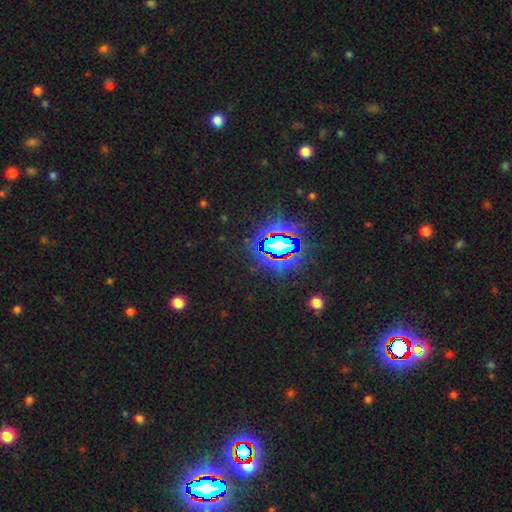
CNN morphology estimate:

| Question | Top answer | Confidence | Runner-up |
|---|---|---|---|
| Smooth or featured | star or artifact | 85% | smooth (9%) |